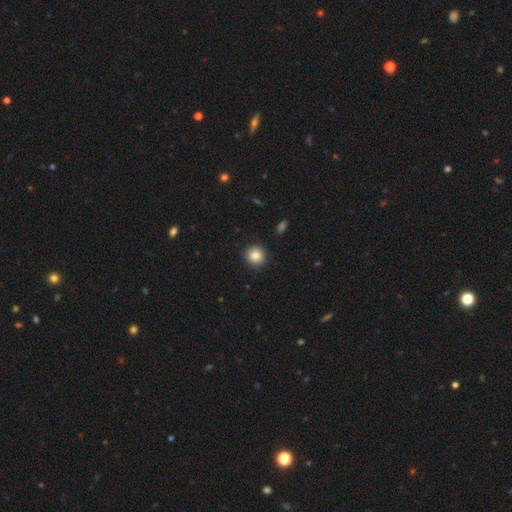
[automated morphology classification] The model was most divided on "smooth or featured": smooth: 87%, star or artifact: 9%, featured or disk: 4%. More confident: how rounded — round (89%); merging — none (87%).